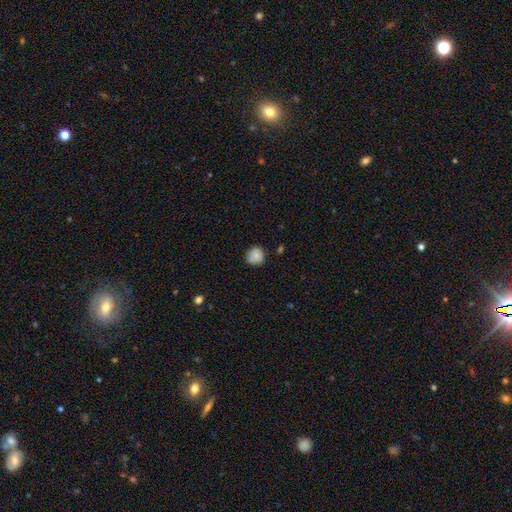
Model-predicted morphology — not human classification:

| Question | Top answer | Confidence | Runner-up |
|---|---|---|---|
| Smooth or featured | smooth | 82% | featured or disk (9%) |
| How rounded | round | 89% | in between (10%) |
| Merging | none | 76% | minor disturbance (18%) |